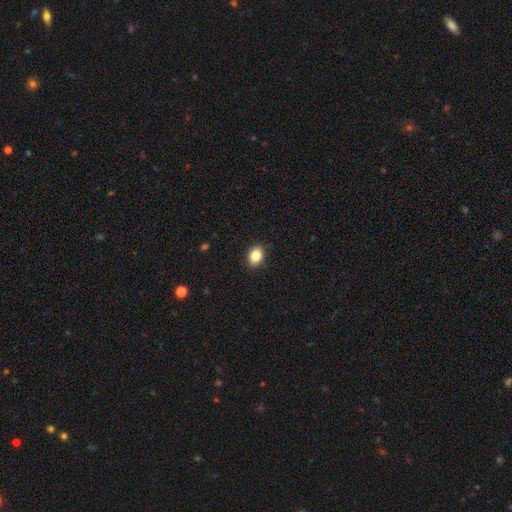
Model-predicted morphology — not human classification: Overall: smooth (85%). How rounded: in between (71%). Merging: none (89%).